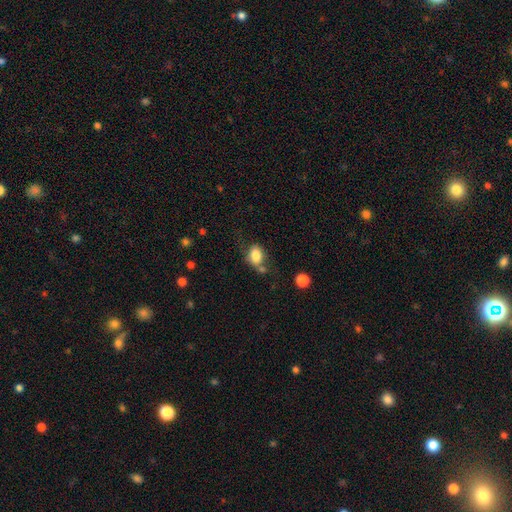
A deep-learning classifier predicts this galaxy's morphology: smooth 81%, featured or disk 10%, star or artifact 9%. Down the decision tree: how rounded — in between (62%); merging — none (51%).